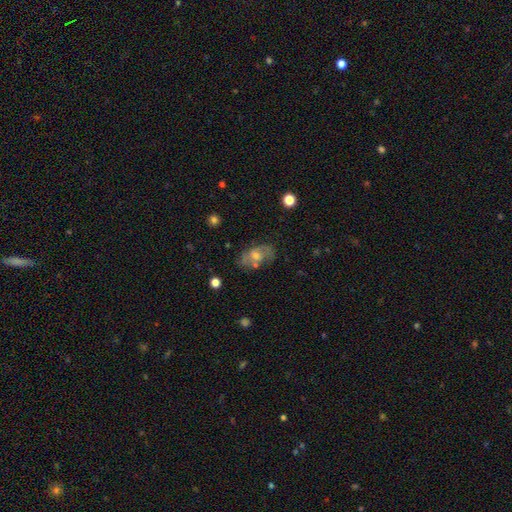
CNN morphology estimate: Smooth or featured: featured or disk — 54% (smooth — 33%)
Edge-on disk: no — 92% (yes — 8%)
Merging: none — 67% (minor disturbance — 19%)